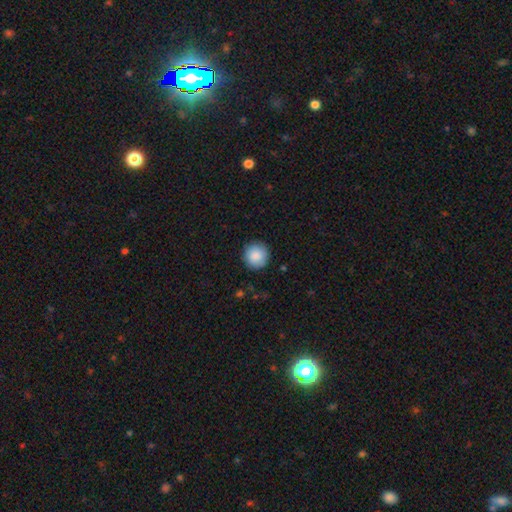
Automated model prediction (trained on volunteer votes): This appears to be a smooth galaxy with no disk features (88%) that is round (96%). Merging: none (90%).